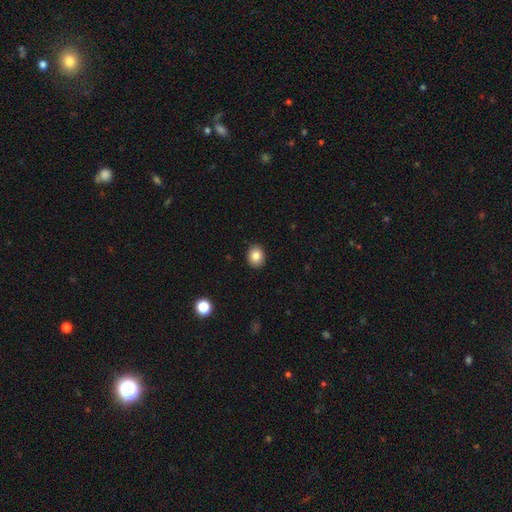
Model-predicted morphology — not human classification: A smooth galaxy with no disk features (85%) that is round (55%).

Vote fractions:
- Smooth or featured? smooth: 85% / star or artifact: 9% / featured or disk: 6%
- How rounded? round: 55% / in between: 45% / cigar-shaped: 1%
- Merging? none: 90% / minor disturbance: 7% / major disturbance: 2% / merger: 1%